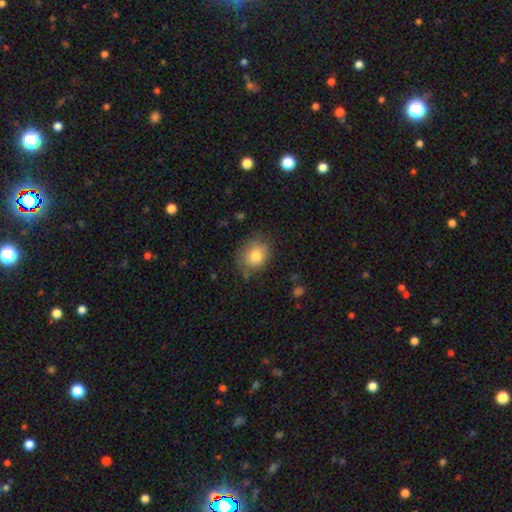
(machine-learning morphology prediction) This appears to be a smooth galaxy with no disk features (79%) that is round (58%). Merging: none (70%).